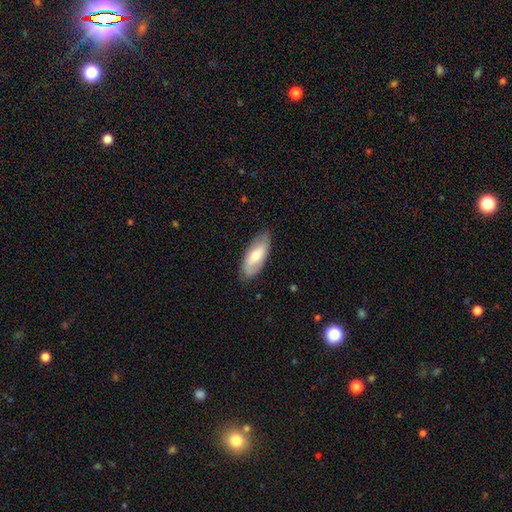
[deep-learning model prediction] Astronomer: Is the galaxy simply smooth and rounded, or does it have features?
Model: smooth — 61%.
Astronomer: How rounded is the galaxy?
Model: in between — 84%.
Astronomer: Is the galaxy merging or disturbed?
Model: none — 80%.